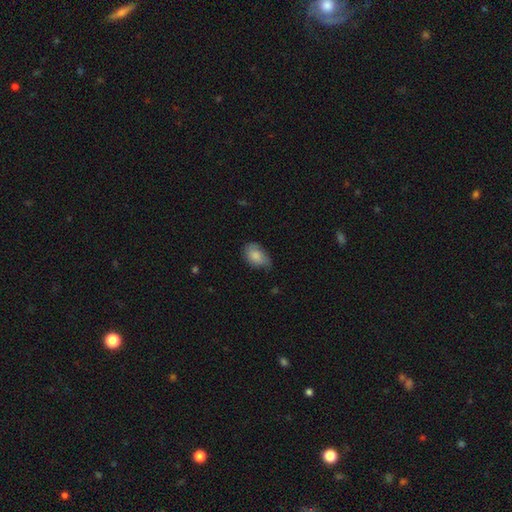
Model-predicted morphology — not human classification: This appears to be a smooth galaxy with no disk features (81%) that is in between round and cigar-shaped (87%). Merging: none (51%).